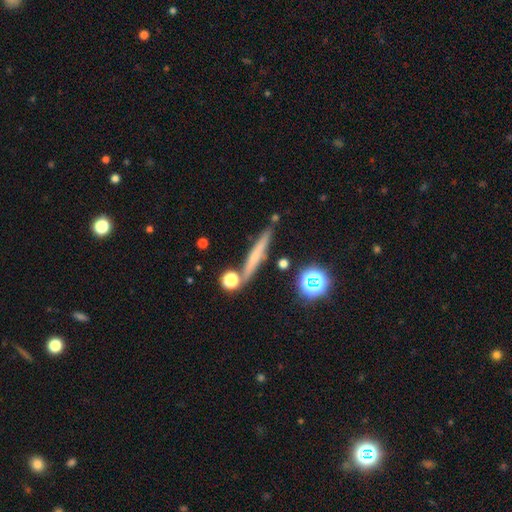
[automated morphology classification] A smooth galaxy with no disk features (43%, tied with featured or disk). Merging: none (81%).